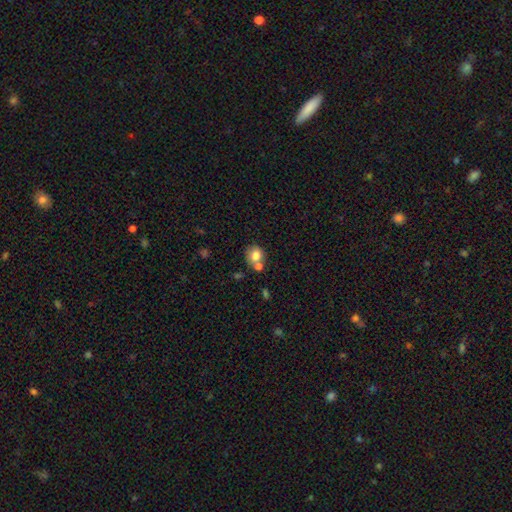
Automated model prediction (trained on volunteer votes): A smooth galaxy with no disk features (78%) that is round (75%).

Vote fractions:
- Smooth or featured? smooth: 78% / featured or disk: 12% / star or artifact: 10%
- How rounded? round: 75% / in between: 25% / cigar-shaped: 1%
- Merging? none: 51% / merger: 33% / minor disturbance: 12% / major disturbance: 4%